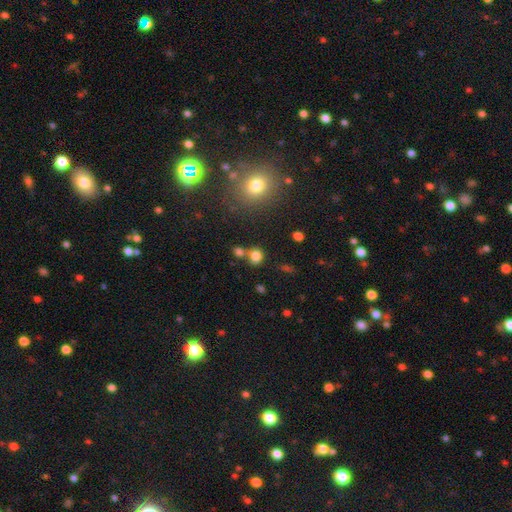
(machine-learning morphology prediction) Overall: smooth (79%). How rounded: round (75%). Merging: none (63%; merger 23%).